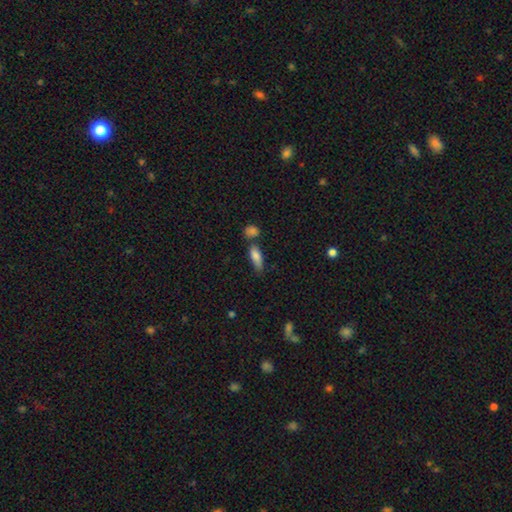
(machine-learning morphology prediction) smooth_or_featured: smooth (p=0.82) [alt: featured or disk p=0.10]
how_rounded: in between (p=0.68) [alt: cigar-shaped p=0.29]
merging: none (p=0.52) [alt: minor disturbance p=0.21]